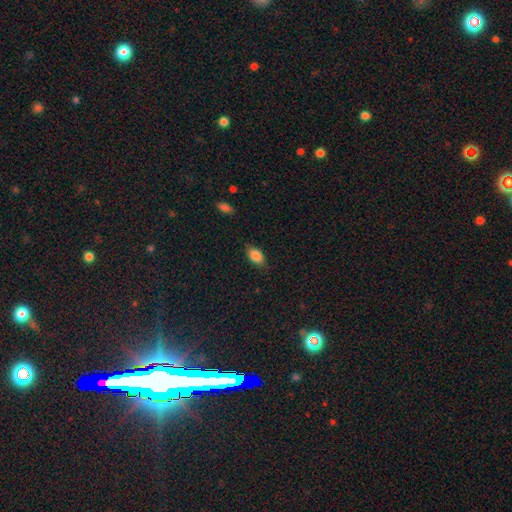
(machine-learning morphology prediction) type=smooth (86%); roundness=in between (88%); merging=none (79%).